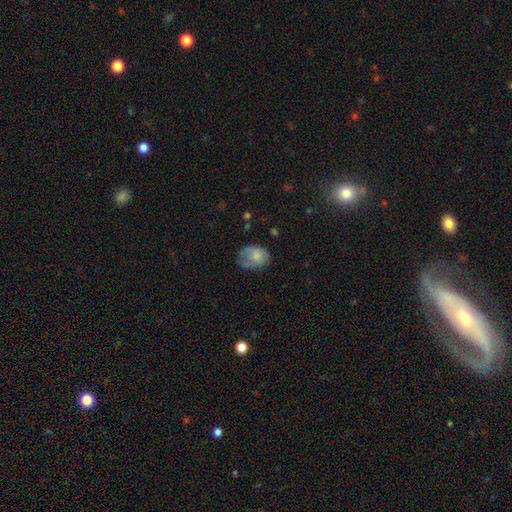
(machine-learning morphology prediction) smooth 73%, featured or disk 19%, star or artifact 8%. Down the decision tree: how rounded — in between (60%); merging — none (47%).